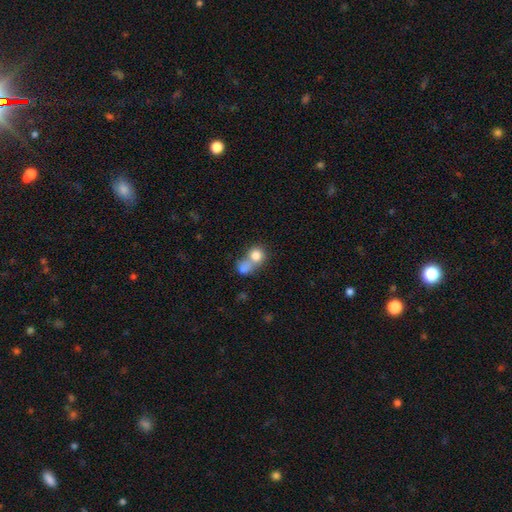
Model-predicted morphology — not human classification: Overall: smooth (78%). How rounded: round (81%). Merging: merger (60%; none 30%).